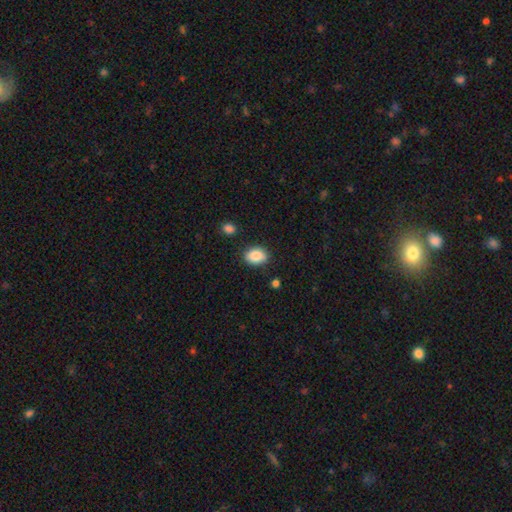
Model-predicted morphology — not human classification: smooth-or-featured: smooth: 88% | star or artifact: 8% | featured or disk: 5%
  how-rounded: in between: 74% | round: 25% | cigar-shaped: 1%
  merging: none: 80% | minor disturbance: 13% | major disturbance: 3% | merger: 3%